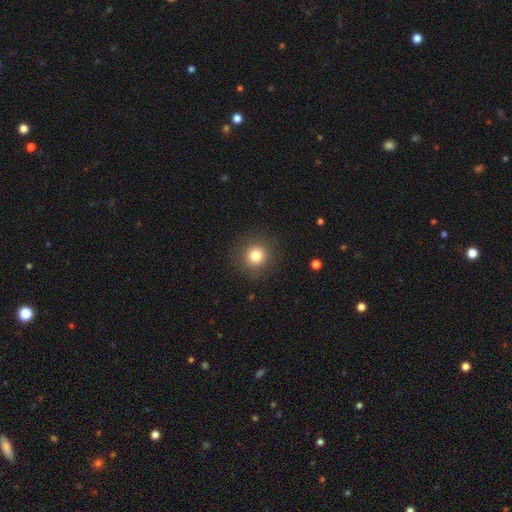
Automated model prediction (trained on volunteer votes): Smooth or featured: smooth — 81% (star or artifact — 12%)
How rounded: round — 92% (in between — 7%)
Merging: none — 89% (minor disturbance — 7%)